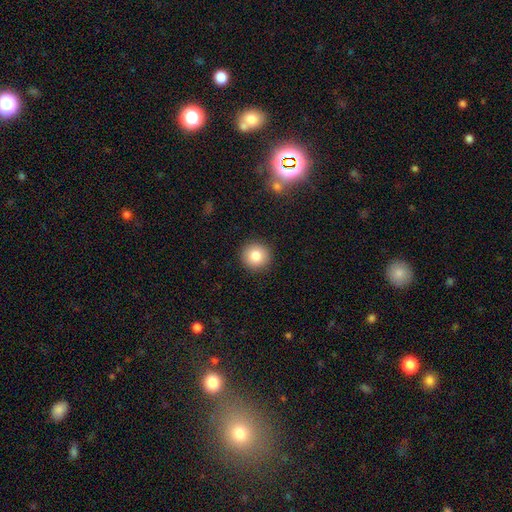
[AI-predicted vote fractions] smooth 82%, star or artifact 10%, featured or disk 8%. Down the decision tree: how rounded — round (94%); merging — none (92%).